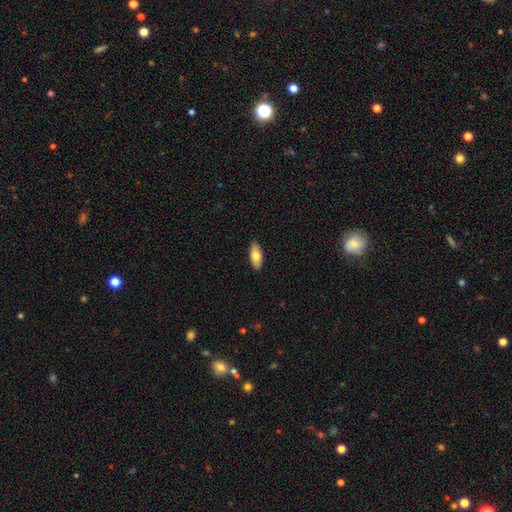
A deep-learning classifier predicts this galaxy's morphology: Smooth or featured?
  - smooth: 75% *
  - featured or disk: 19%
  - star or artifact: 6%
How rounded?
  - in between: 85% *
  - cigar-shaped: 12%
  - round: 2%
Merging?
  - none: 89% *
  - minor disturbance: 8%
  - major disturbance: 2%
  - merger: 1%